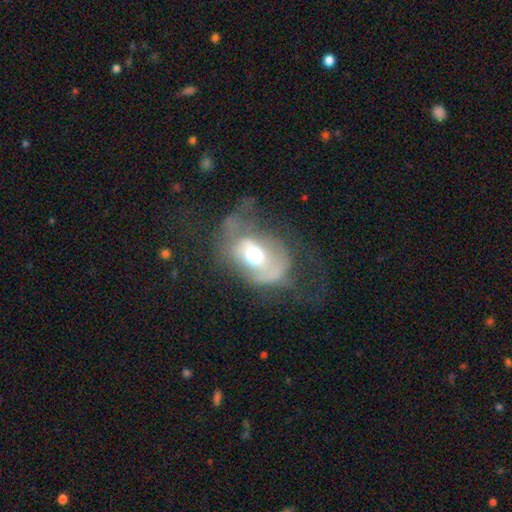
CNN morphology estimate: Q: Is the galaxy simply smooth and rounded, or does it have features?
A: featured or disk — 55%.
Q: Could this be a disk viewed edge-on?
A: no — 95%.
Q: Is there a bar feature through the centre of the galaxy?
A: no — 71%.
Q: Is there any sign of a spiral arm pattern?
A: no — 62%.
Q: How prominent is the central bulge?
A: moderate — 66%.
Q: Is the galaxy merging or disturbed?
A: major disturbance — 50%.